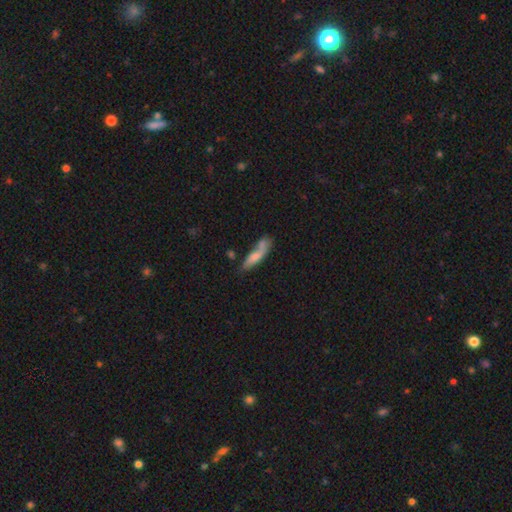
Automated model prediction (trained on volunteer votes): Morphology: type=smooth (67%); roundness=cigar-shaped (63%); merging=none (44%).